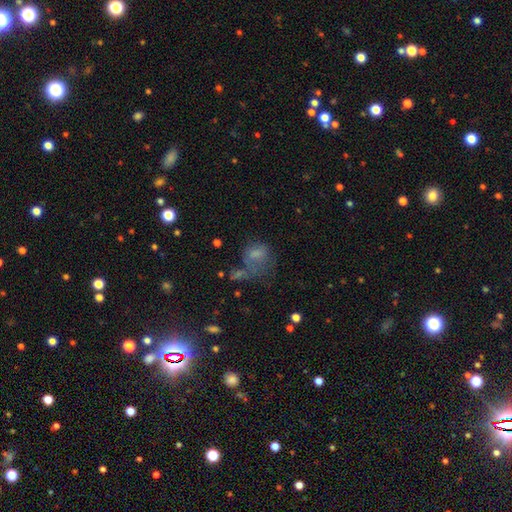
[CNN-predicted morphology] This appears to be a smooth galaxy with no disk features (57%) that is in between round and cigar-shaped (57%). Merging: major disturbance (33%).